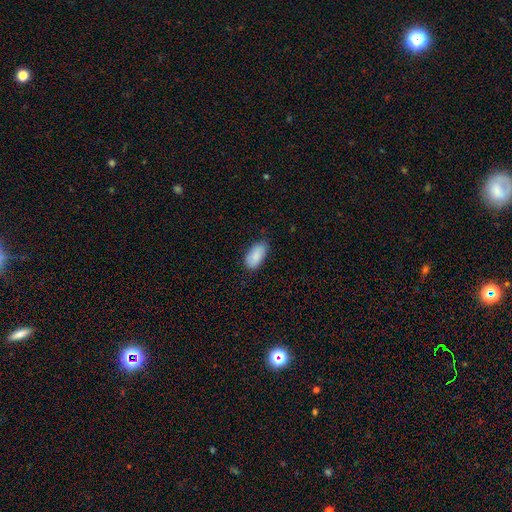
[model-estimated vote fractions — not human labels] The model was most divided on "merging": none: 78%, minor disturbance: 18%, major disturbance: 3%, merger: 1%. More confident: how rounded — in between (94%); smooth or featured — smooth (85%).